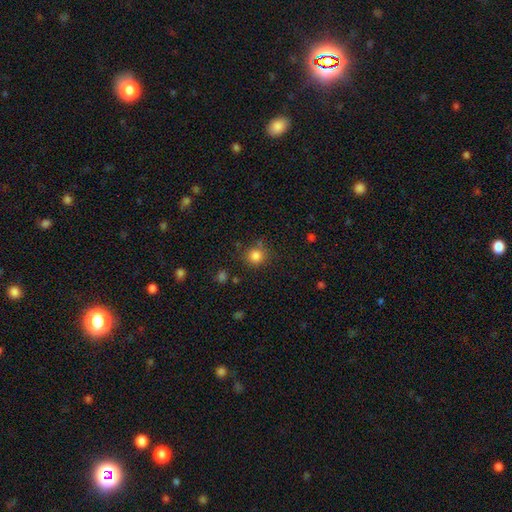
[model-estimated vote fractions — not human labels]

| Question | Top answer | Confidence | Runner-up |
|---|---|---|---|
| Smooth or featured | smooth | 83% | star or artifact (12%) |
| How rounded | round | 89% | in between (10%) |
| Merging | none | 80% | minor disturbance (11%) |